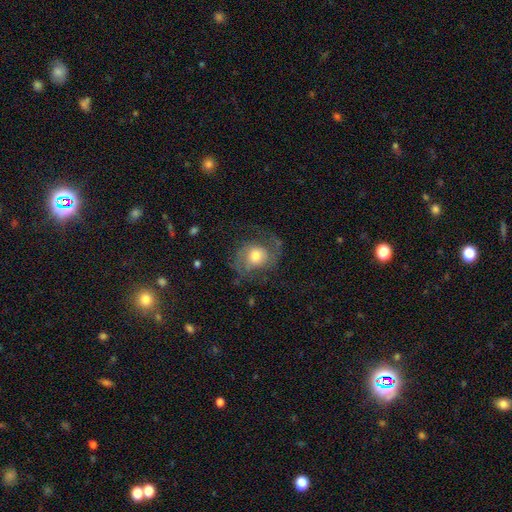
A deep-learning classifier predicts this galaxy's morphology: Smooth or featured?
  - featured or disk: 72% *
  - smooth: 21%
  - star or artifact: 7%
Edge-on disk?
  - no: 97% *
  - yes: 3%
Bar?
  - no: 67% *
  - weak: 27%
  - strong: 6%
Spiral arms?
  - yes: 91% *
  - no: 9%
Spiral winding?
  - medium: 48% *
  - loose: 29%
  - tight: 22%
Spiral arm count?
  - 2: 76% *
  - can't tell: 8%
  - 1: 7%
  - 3: 5%
  - 4: 2%
  - more than 4: 2%
Bulge size?
  - moderate: 64% *
  - small: 17%
  - large: 15%
  - dominant: 2%
  - none: 2%
Merging?
  - none: 60% *
  - major disturbance: 21%
  - minor disturbance: 18%
  - merger: 2%